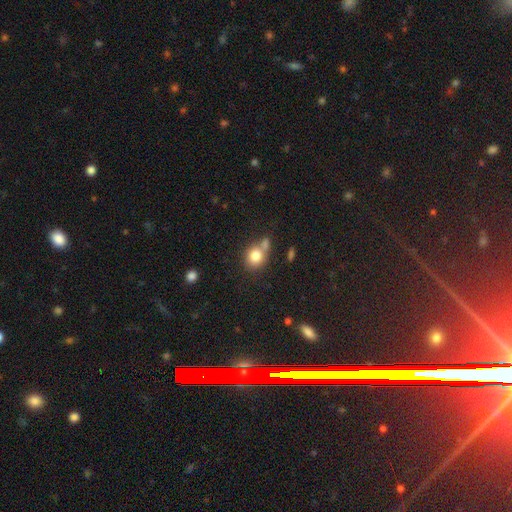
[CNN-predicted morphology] Smooth or featured? smooth (80%)
How rounded? round (72%)
Merging? none (50%)